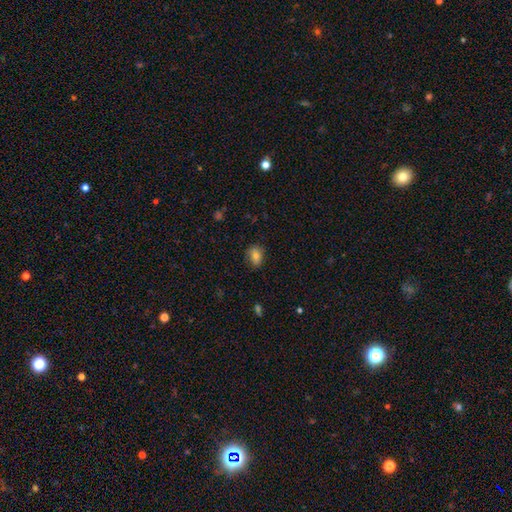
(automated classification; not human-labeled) A smooth galaxy with no disk features (77%) that is in between round and cigar-shaped (62%).

Vote fractions:
- Smooth or featured? smooth: 77% / featured or disk: 12% / star or artifact: 10%
- How rounded? in between: 62% / round: 37% / cigar-shaped: 1%
- Merging? none: 77% / minor disturbance: 18% / major disturbance: 4% / merger: 1%